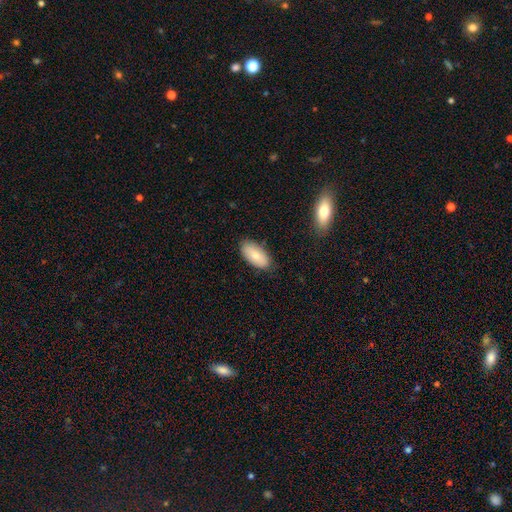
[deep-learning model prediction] Overall: smooth (81%). How rounded: in between (93%). Merging: none (83%).